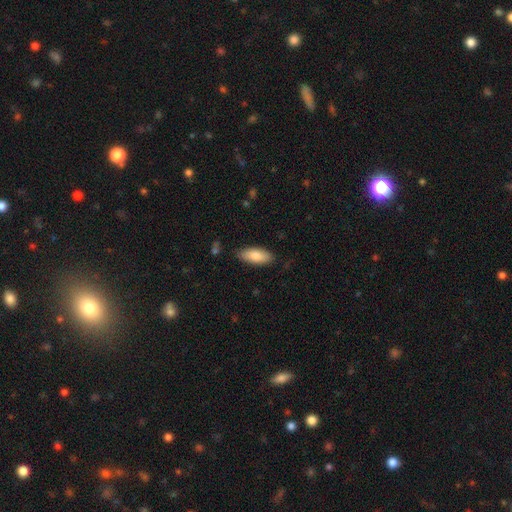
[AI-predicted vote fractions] Overall: smooth (83%). How rounded: in between (80%). Merging: none (85%).